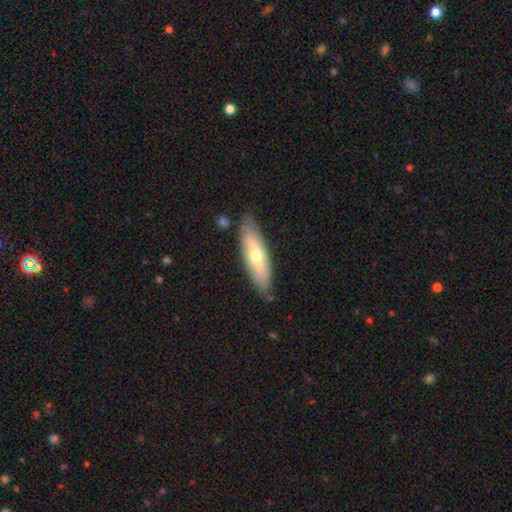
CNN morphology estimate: Smooth or featured? Predicted: smooth (p=0.51). How rounded? Predicted: cigar-shaped (p=0.52). Merging? Predicted: none (p=0.81).